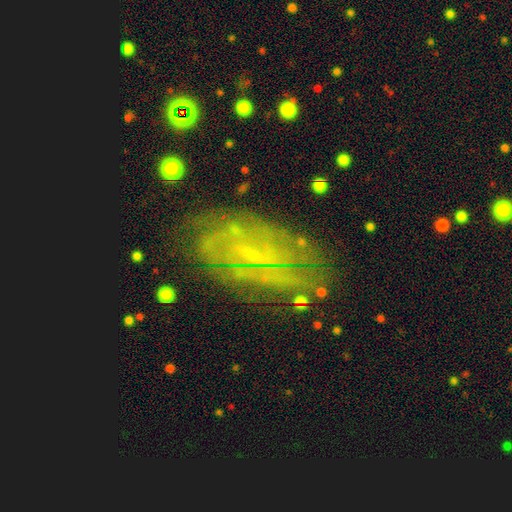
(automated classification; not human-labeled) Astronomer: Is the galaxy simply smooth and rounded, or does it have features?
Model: featured or disk — 64%.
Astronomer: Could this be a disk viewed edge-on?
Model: no — 92%.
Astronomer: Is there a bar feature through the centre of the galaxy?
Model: weak — 41% (runner-up: no, 40%).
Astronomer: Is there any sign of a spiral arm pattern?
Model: yes — 74%.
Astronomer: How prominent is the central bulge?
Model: small — 45% (runner-up: none, 40%).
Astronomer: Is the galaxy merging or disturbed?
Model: none — 71%.